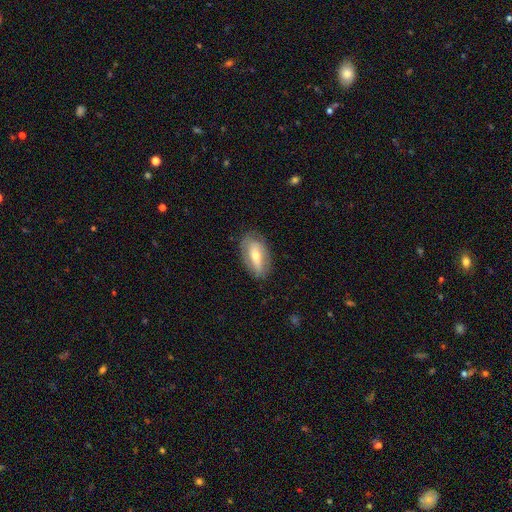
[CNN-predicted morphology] smooth_or_featured: featured or disk (p=0.55) [alt: smooth p=0.38]
disk_edge_on: no (p=0.82) [alt: yes p=0.18]
merging: none (p=0.78) [alt: minor disturbance p=0.16]